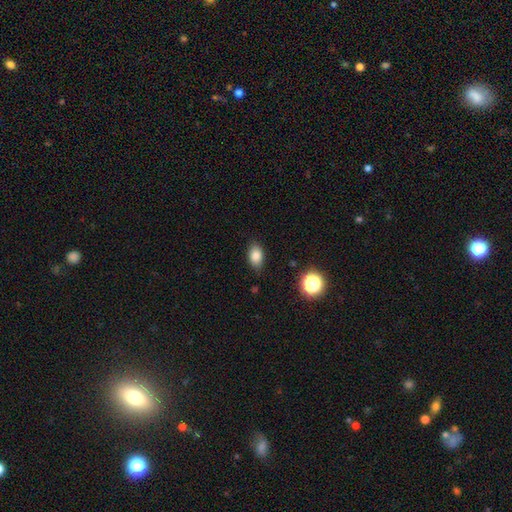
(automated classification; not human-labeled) Smooth or featured? smooth (83%)
How rounded? in between (86%)
Merging? none (83%)